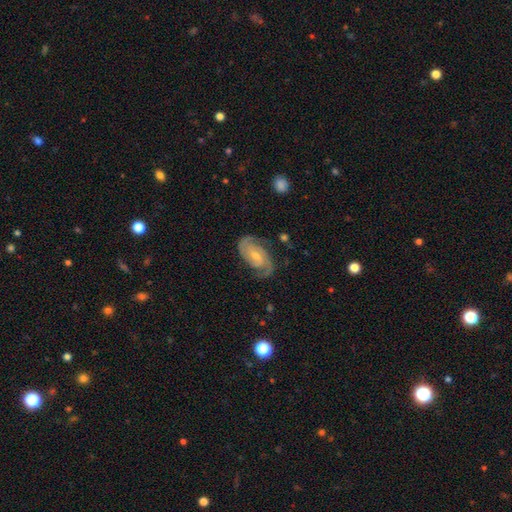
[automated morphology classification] This is clearly a featured or disk galaxy (89%). It is clearly not viewed edge-on (97%). Bar: possibly weak (46%). Spiral arm pattern: clearly yes (98%). Spiral arm count: clearly 2 (89%). Spiral winding: possibly tight (51%). Central bulge: possibly small (55%). Merging: likely none (79%).